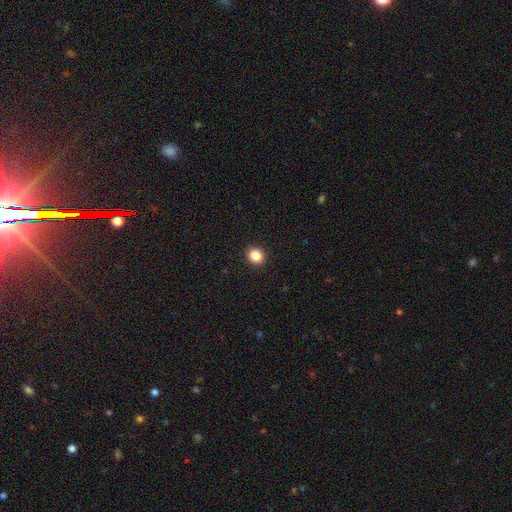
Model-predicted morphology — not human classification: The model was most divided on "how rounded": round: 82%, in between: 17%, cigar-shaped: 1%. More confident: merging — none (93%); smooth or featured — smooth (86%).